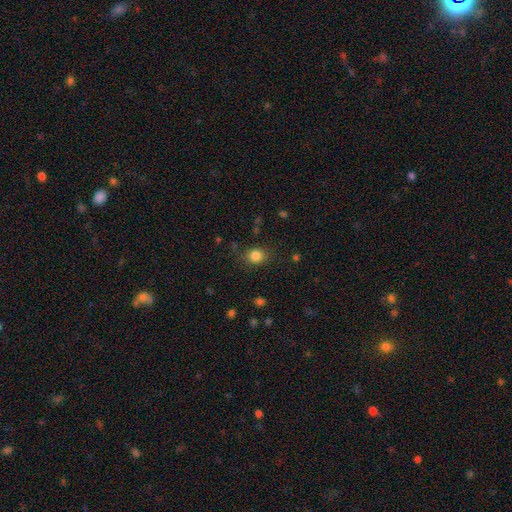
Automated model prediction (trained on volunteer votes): The model was most divided on "how rounded": round: 71%, in between: 28%, cigar-shaped: 1%. More confident: smooth or featured — smooth (83%); merging — none (82%).